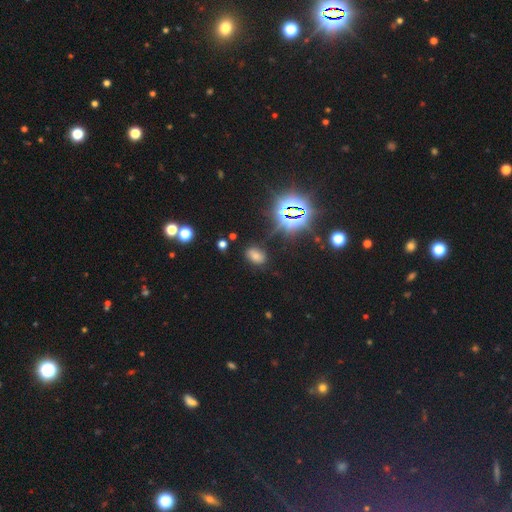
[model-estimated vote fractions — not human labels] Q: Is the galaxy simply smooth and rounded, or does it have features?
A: smooth — 56%.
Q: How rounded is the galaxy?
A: in between — 86%.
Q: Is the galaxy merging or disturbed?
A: none — 78%.